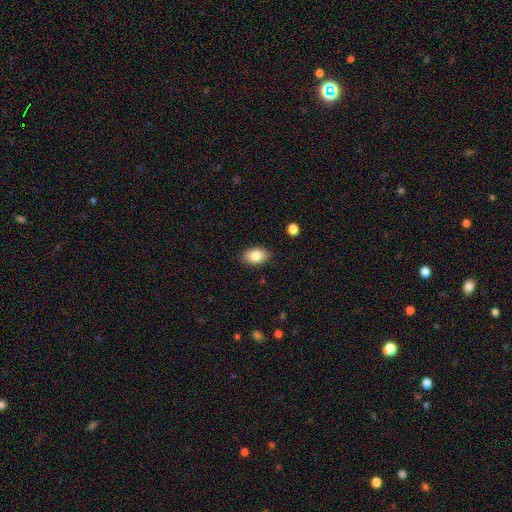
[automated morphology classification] smooth-or-featured: smooth: 85% | featured or disk: 8% | star or artifact: 8%
  how-rounded: in between: 88% | round: 10% | cigar-shaped: 1%
  merging: none: 87% | minor disturbance: 9% | major disturbance: 2% | merger: 1%